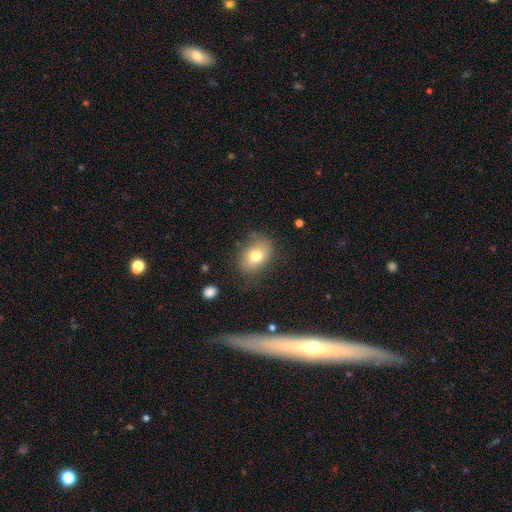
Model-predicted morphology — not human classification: smooth-or-featured: smooth: 75% | featured or disk: 15% | star or artifact: 10%
  how-rounded: in between: 73% | round: 26% | cigar-shaped: 1%
  merging: none: 74% | minor disturbance: 18% | major disturbance: 6% | merger: 2%